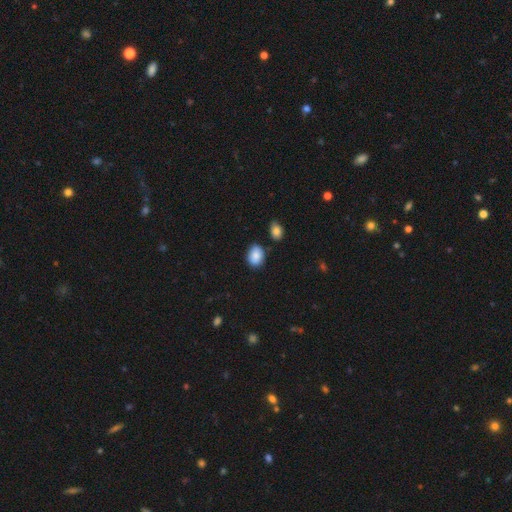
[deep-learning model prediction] Smooth or featured?
  - smooth: 87% *
  - star or artifact: 8%
  - featured or disk: 5%
How rounded?
  - in between: 71% *
  - round: 28%
  - cigar-shaped: 1%
Merging?
  - none: 78% *
  - minor disturbance: 15%
  - merger: 5%
  - major disturbance: 3%